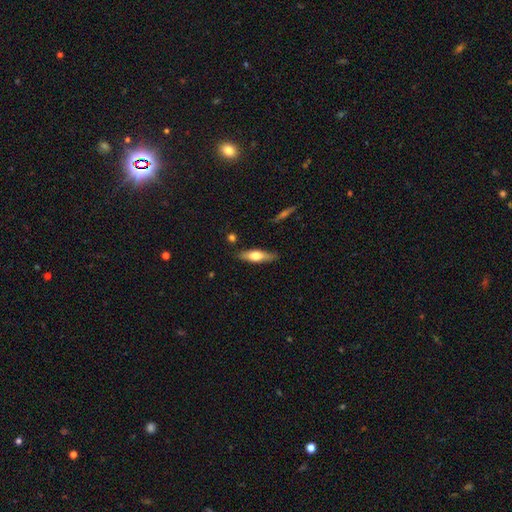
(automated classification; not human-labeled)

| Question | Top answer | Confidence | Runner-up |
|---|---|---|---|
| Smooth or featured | smooth | 54% | featured or disk (40%) |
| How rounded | cigar-shaped | 58% | in between (40%) |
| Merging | none | 85% | minor disturbance (11%) |